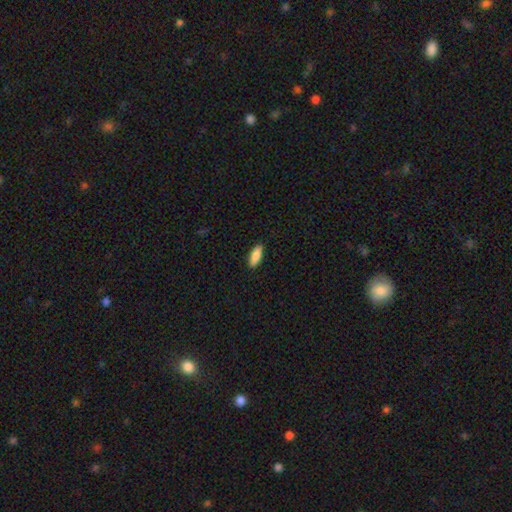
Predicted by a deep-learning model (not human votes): A smooth galaxy with no disk features (89%) that is in between round and cigar-shaped (62%). Merging: none (90%).